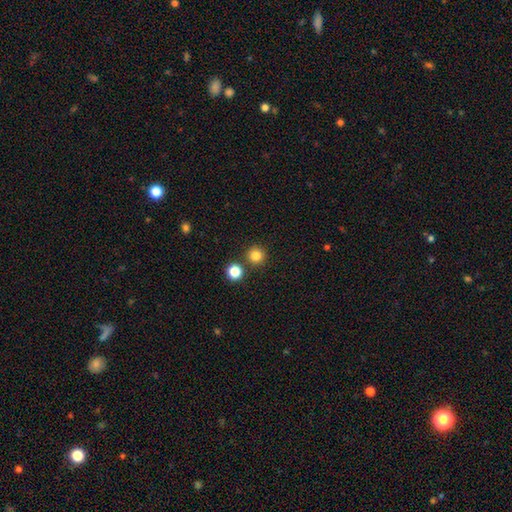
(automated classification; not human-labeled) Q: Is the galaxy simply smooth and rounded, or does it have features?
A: smooth — 82%.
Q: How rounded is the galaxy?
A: round — 95%.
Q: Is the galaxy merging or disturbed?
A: none — 86%.